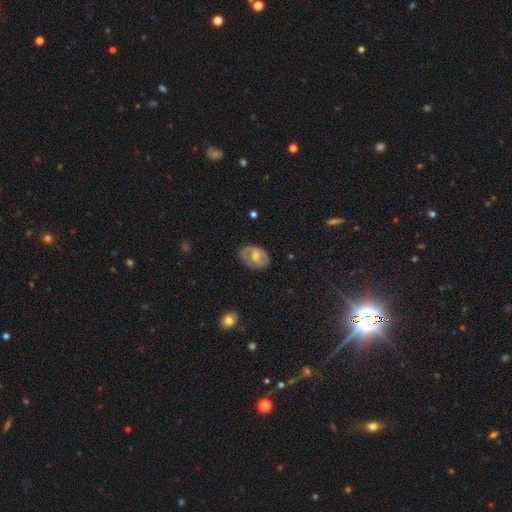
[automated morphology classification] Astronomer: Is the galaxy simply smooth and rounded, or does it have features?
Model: featured or disk — 52% (runner-up: smooth, 39%).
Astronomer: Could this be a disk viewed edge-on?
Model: no — 94%.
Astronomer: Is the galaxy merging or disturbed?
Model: none — 76%.